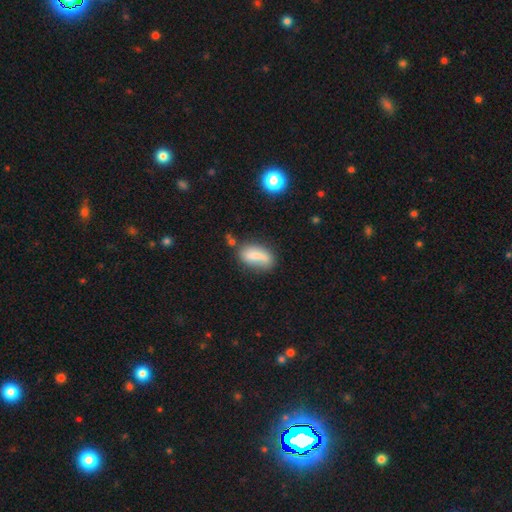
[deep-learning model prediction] The model was most divided on "merging": none: 53%, minor disturbance: 27%, major disturbance: 11%, merger: 10%. More confident: how rounded — in between (82%); smooth or featured — smooth (73%).